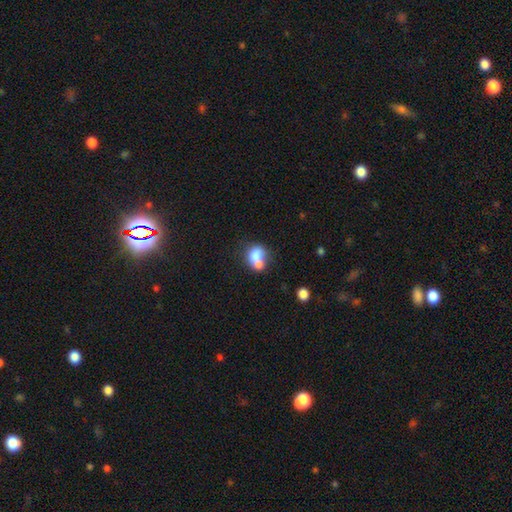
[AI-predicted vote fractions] Morphology: type=smooth (72%); roundness=in between (50%); merging=merger (59%).